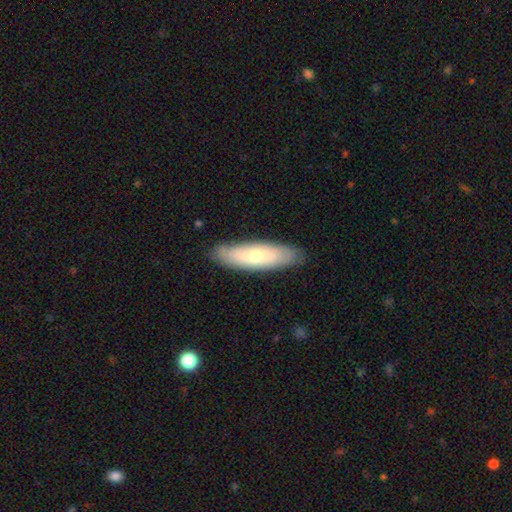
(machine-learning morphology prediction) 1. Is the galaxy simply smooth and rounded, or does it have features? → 58% smooth, 36% featured or disk, 6% star or artifact.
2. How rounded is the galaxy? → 55% cigar-shaped, 43% in between, 2% round.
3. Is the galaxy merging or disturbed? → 83% none, 13% minor disturbance, 3% major disturbance, 1% merger.